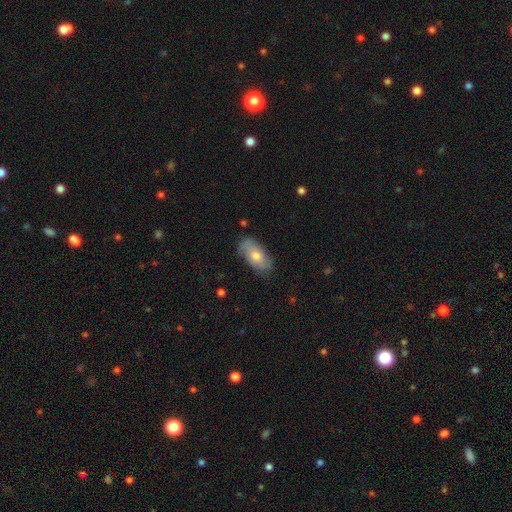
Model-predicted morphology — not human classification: A smooth galaxy with no disk features (48%).

Vote fractions:
- Smooth or featured? smooth: 48% / featured or disk: 44% / star or artifact: 8%
- Merging? none: 77% / minor disturbance: 17% / major disturbance: 4% / merger: 1%